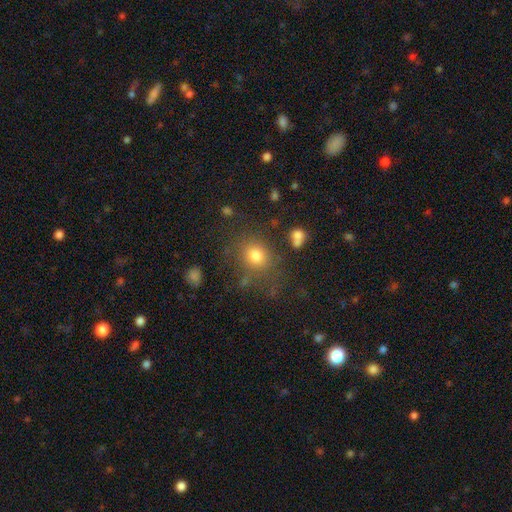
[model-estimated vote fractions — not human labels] Smooth or featured: smooth — 77% (star or artifact — 15%)
How rounded: round — 67% (in between — 32%)
Merging: none — 74% (minor disturbance — 14%)